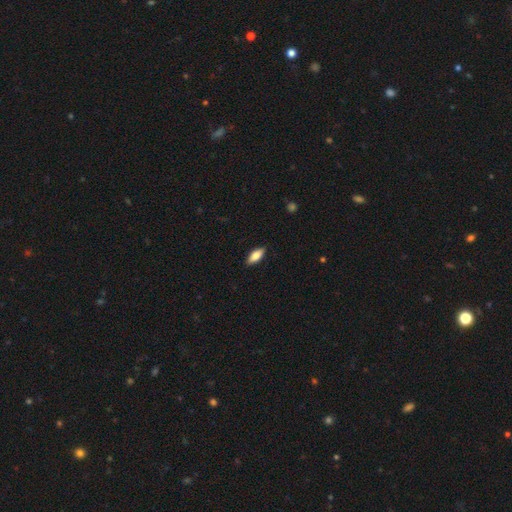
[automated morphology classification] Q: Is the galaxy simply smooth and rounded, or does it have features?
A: smooth — 80%.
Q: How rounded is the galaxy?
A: in between — 78%.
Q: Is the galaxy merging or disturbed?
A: none — 88%.